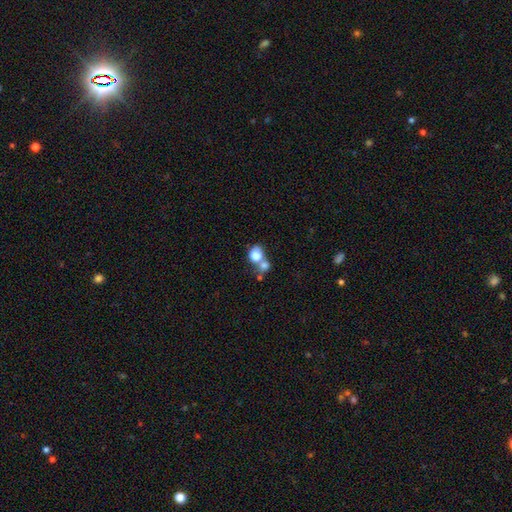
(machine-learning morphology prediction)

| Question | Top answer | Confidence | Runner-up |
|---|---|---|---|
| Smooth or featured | smooth | 74% | featured or disk (16%) |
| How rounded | round | 54% | in between (44%) |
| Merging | merger | 61% | none (24%) |